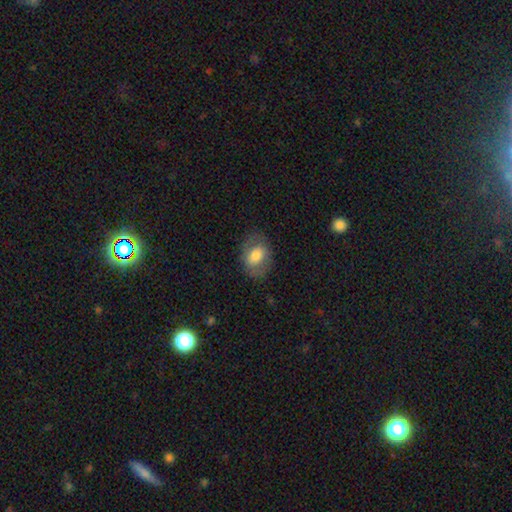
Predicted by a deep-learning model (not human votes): Q: Smooth or featured?
A: smooth (67%); runner-up: featured or disk (26%)
Q: How rounded?
A: in between (71%); runner-up: round (28%)
Q: Merging?
A: none (77%); runner-up: minor disturbance (15%)